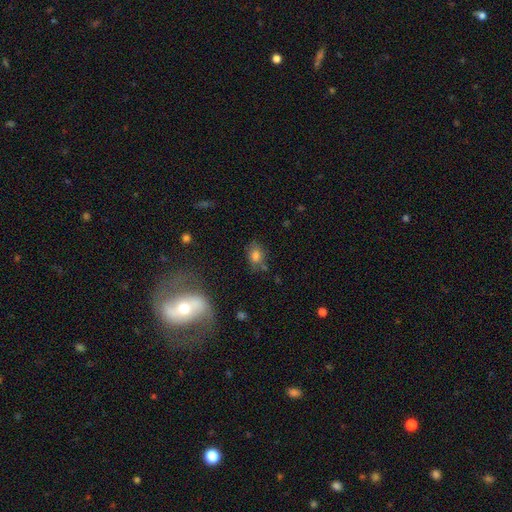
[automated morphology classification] smooth-or-featured: smooth: 77% | star or artifact: 13% | featured or disk: 11%
  how-rounded: in between: 68% | round: 30% | cigar-shaped: 2%
  merging: none: 65% | minor disturbance: 20% | merger: 8% | major disturbance: 6%